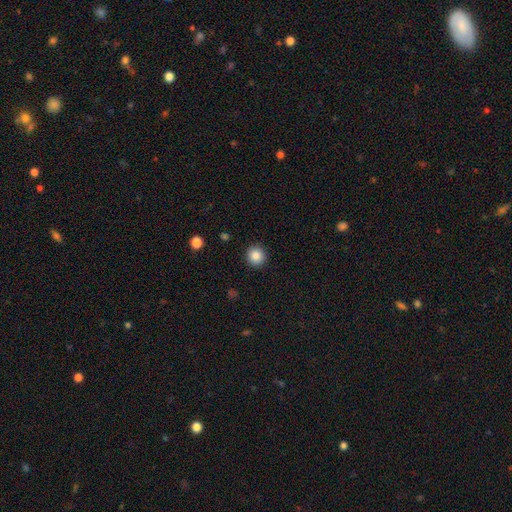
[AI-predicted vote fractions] Smooth or featured: smooth — 85% (star or artifact — 10%)
How rounded: round — 94% (in between — 5%)
Merging: none — 92% (minor disturbance — 5%)